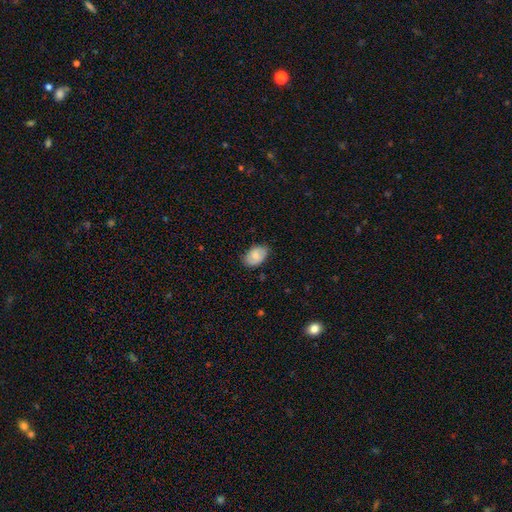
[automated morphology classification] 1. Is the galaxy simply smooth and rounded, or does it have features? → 72% smooth, 21% featured or disk, 7% star or artifact.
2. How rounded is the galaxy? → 87% in between, 12% round, 1% cigar-shaped.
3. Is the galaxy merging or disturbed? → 73% none, 23% minor disturbance, 4% major disturbance, 1% merger.